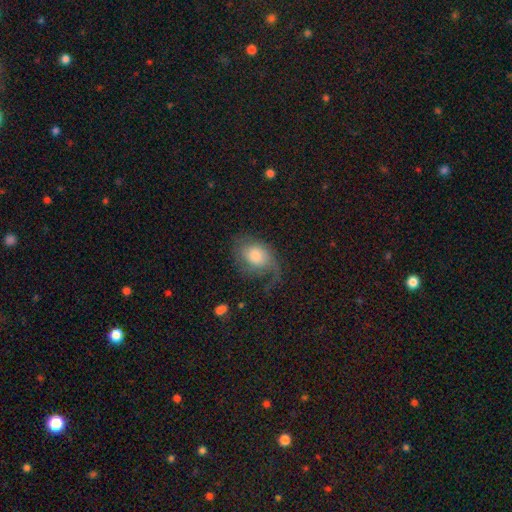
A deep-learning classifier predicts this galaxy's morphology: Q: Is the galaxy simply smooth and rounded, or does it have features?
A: featured or disk — 50%.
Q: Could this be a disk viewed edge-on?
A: no — 96%.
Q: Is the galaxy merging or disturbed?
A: none — 44%.